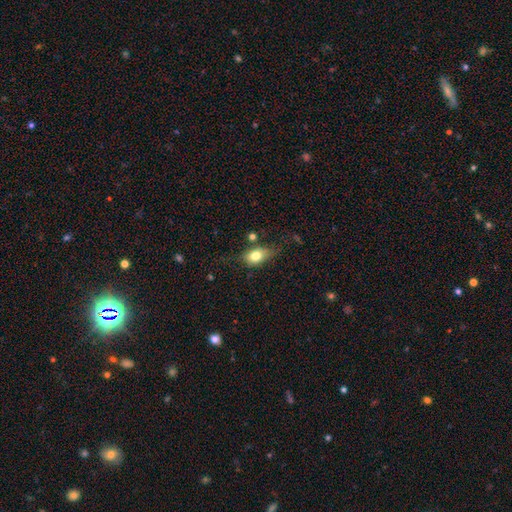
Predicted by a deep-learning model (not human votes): smooth 75%, featured or disk 16%, star or artifact 9%. Down the decision tree: how rounded — in between (75%); merging — none (55%).